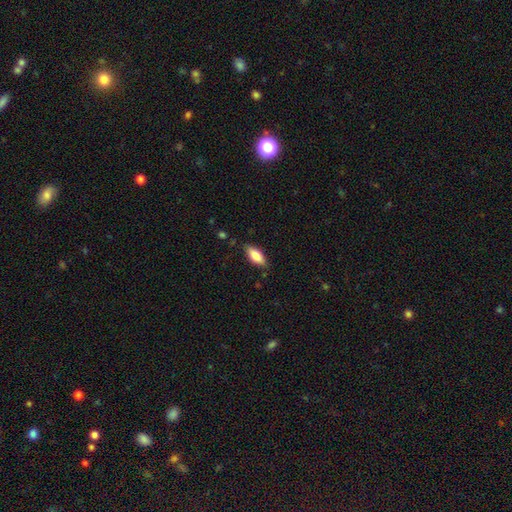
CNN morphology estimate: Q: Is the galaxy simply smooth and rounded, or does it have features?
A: smooth — 81%.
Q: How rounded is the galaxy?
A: in between — 84%.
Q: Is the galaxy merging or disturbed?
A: none — 83%.